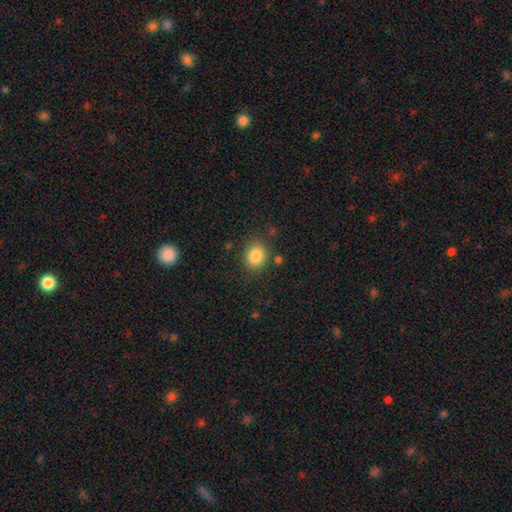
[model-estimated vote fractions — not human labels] This is clearly a smooth galaxy (84%). How rounded: likely round (71%). Merging: clearly none (82%).